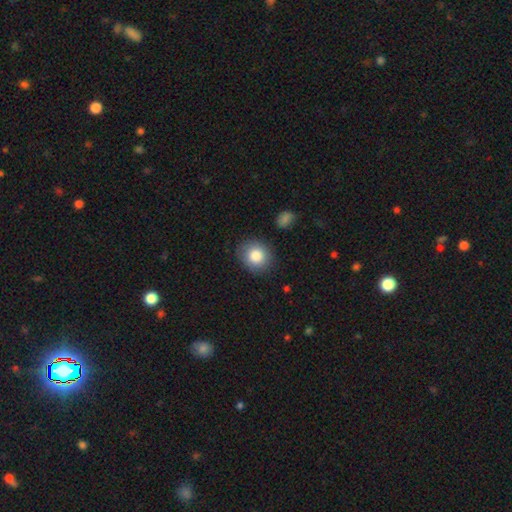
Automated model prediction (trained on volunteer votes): smooth_or_featured: smooth (p=0.84) [alt: star or artifact p=0.08]
how_rounded: round (p=0.80) [alt: in between p=0.19]
merging: none (p=0.84) [alt: minor disturbance p=0.11]